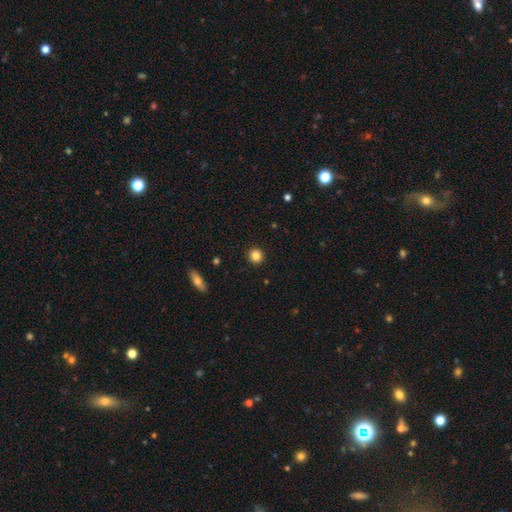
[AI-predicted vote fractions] Smooth or featured? Predicted: smooth (p=0.85). How rounded? Predicted: round (p=0.94). Merging? Predicted: none (p=0.92).